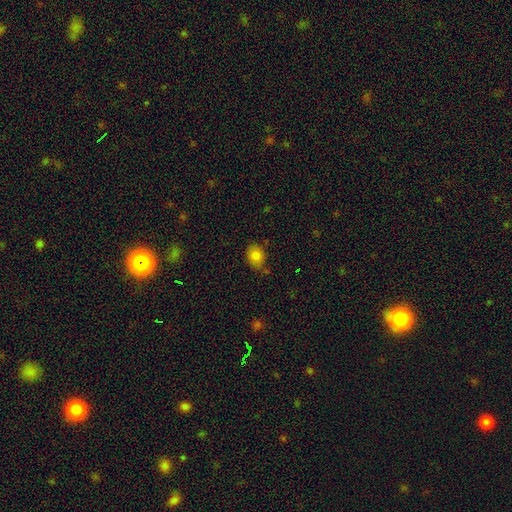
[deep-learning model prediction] Smooth or featured? smooth (82%)
How rounded? in between (50%)
Merging? none (72%)